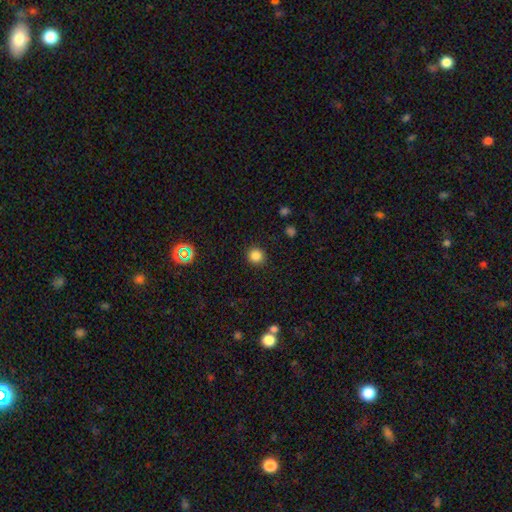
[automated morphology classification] smooth_or_featured: smooth (p=0.83) [alt: star or artifact p=0.13]
how_rounded: round (p=0.92) [alt: in between p=0.07]
merging: none (p=0.90) [alt: minor disturbance p=0.06]